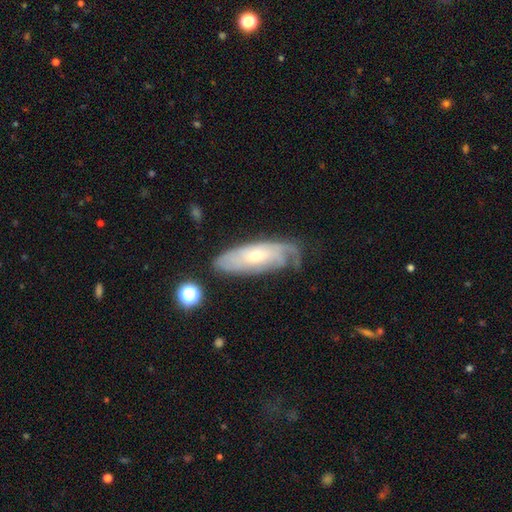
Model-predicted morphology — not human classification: This is likely a featured or disk galaxy (70%). It is clearly not viewed edge-on (81%). Bar: likely no (68%). Spiral arm pattern: clearly yes (86%). Central bulge: possibly small (49%). Merging: possibly none (60%).